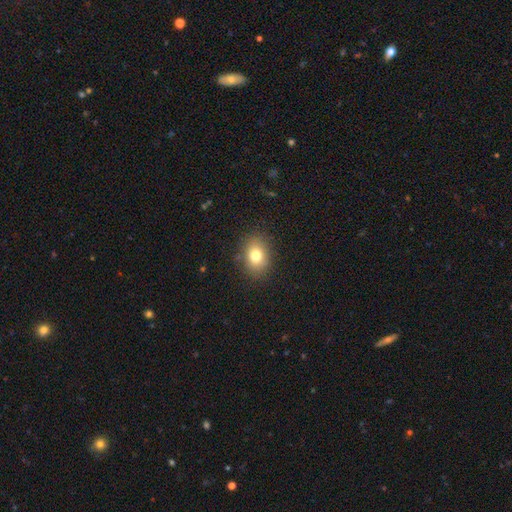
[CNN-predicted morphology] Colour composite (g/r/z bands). It shows a smooth galaxy with no disk features (77%) that is in between round and cigar-shaped (58%). Merging: none (86%).